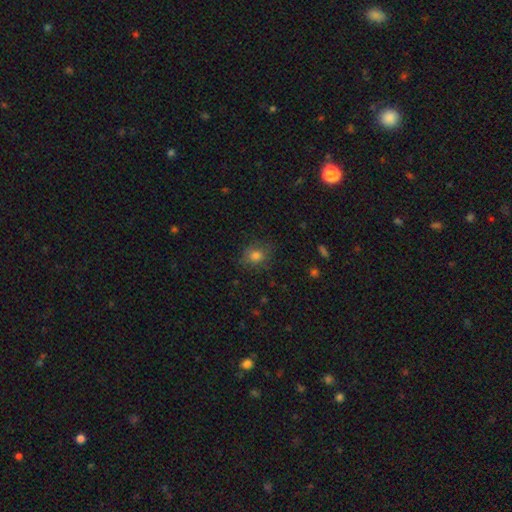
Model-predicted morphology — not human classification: smooth 78%, star or artifact 13%, featured or disk 9%. Down the decision tree: how rounded — round (67%); merging — none (76%).